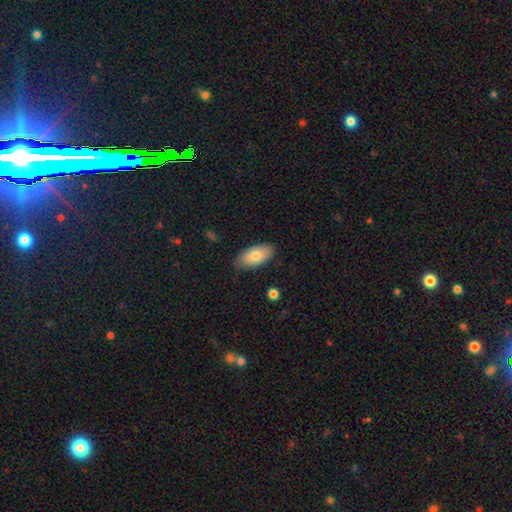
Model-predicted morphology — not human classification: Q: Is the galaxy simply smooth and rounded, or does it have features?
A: smooth — 78%.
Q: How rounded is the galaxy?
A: in between — 93%.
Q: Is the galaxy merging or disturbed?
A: none — 80%.